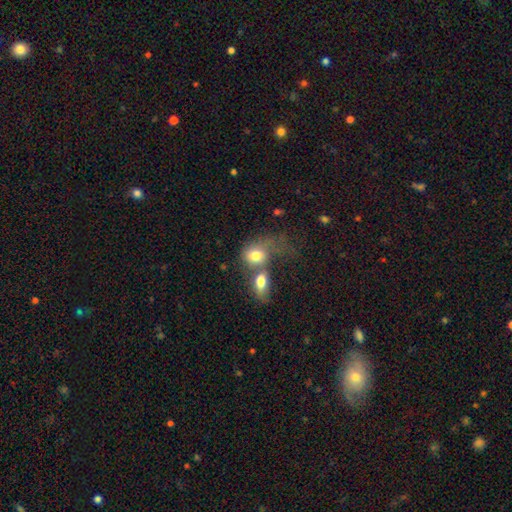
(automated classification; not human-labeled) Overall: smooth (76%). How rounded: in between (53%; round 44%). Merging: merger (61%).